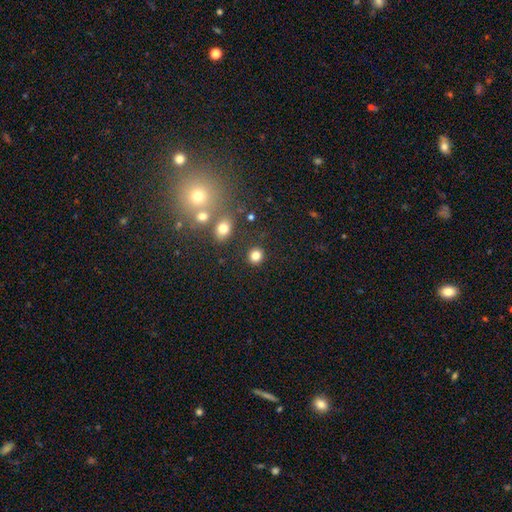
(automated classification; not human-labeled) The model was most divided on "how rounded": round: 84%, in between: 15%, cigar-shaped: 1%. More confident: merging — none (87%); smooth or featured — smooth (82%).